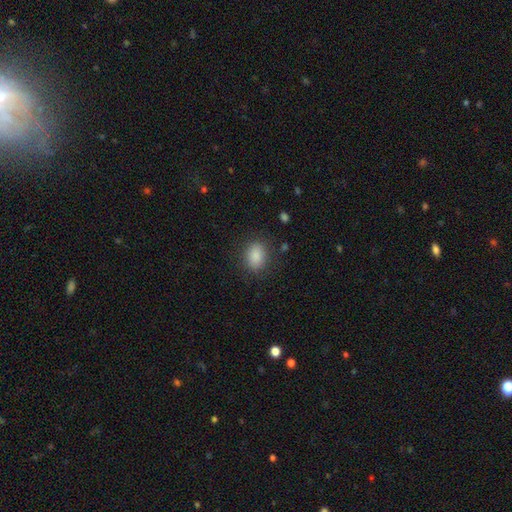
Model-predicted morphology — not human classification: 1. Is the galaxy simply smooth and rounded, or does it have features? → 87% smooth, 8% star or artifact, 4% featured or disk.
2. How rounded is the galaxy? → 74% in between, 24% round, 1% cigar-shaped.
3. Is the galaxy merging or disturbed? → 83% none, 11% minor disturbance, 4% major disturbance, 1% merger.